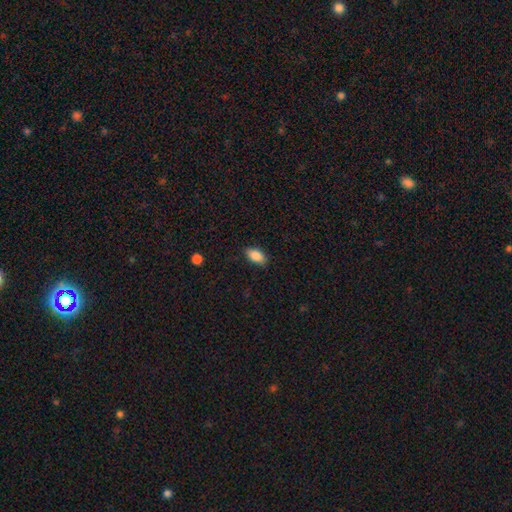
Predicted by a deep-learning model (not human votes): Morphology: type=smooth (88%); roundness=in between (92%); merging=none (84%).